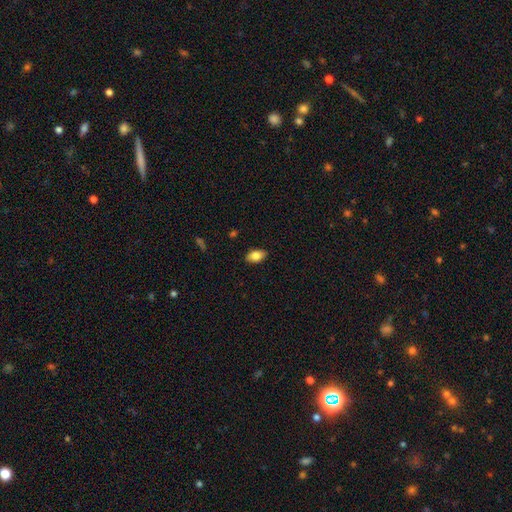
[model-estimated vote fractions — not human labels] A smooth galaxy with no disk features (81%) that is in between round and cigar-shaped (91%).

Vote fractions:
- Smooth or featured? smooth: 81% / featured or disk: 11% / star or artifact: 7%
- How rounded? in between: 91% / round: 7% / cigar-shaped: 3%
- Merging? none: 88% / minor disturbance: 9% / major disturbance: 2% / merger: 1%